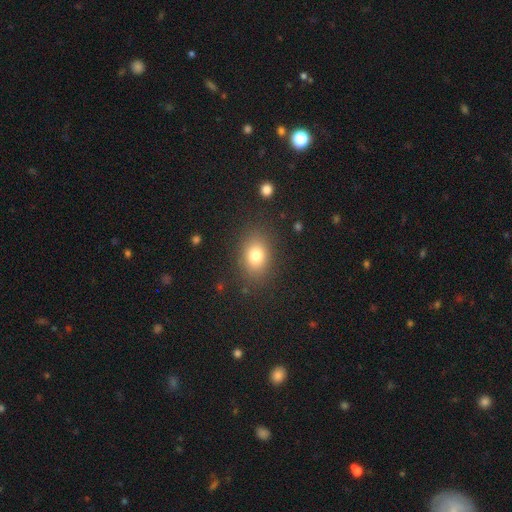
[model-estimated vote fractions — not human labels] smooth_or_featured: smooth (p=0.78) [alt: star or artifact p=0.12]
how_rounded: in between (p=0.66) [alt: round p=0.33]
merging: none (p=0.84) [alt: minor disturbance p=0.10]